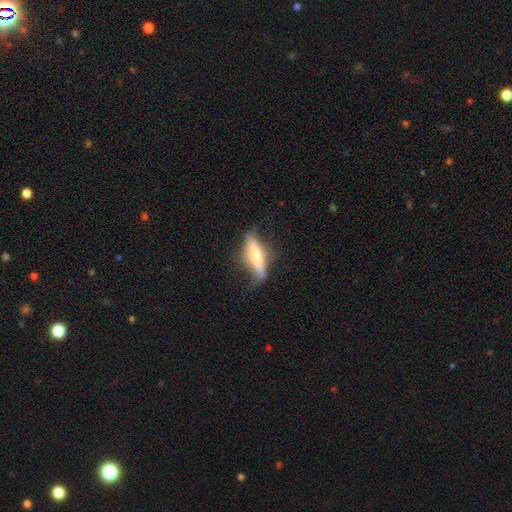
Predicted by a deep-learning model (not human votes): This is possibly a featured or disk galaxy (54%). It is likely viewed edge-on (79%). Merging: possibly none (57%).